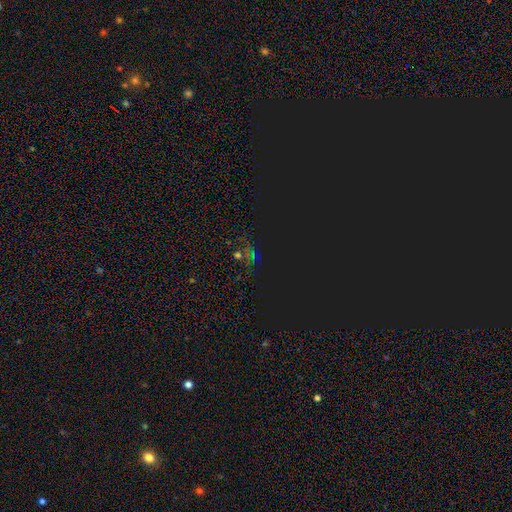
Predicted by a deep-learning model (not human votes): Morphology: type=star or artifact (76%).